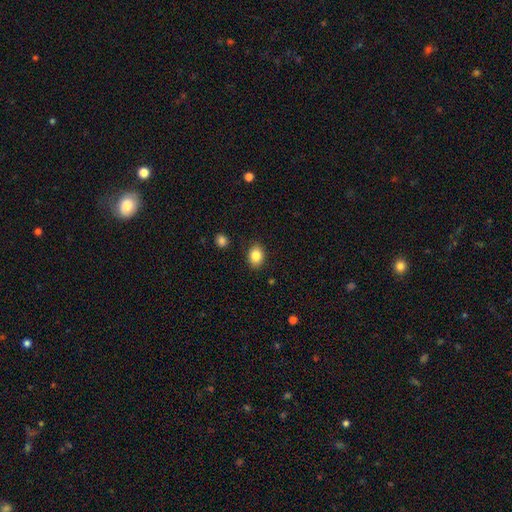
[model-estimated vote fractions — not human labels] This appears to be a smooth galaxy with no disk features (85%) that is in between round and cigar-shaped (64%). Merging: none (86%).